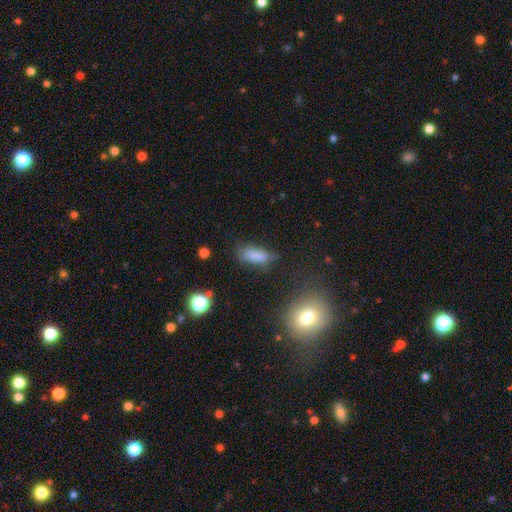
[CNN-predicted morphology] A smooth galaxy with no disk features (79%) that is in between round and cigar-shaped (65%). Merging: none (59%).